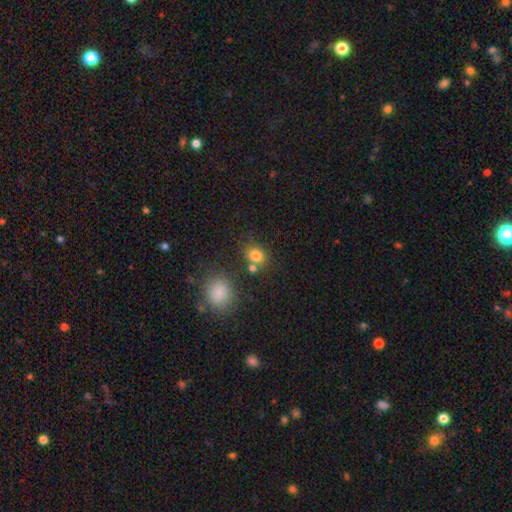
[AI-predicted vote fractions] Smooth or featured: smooth — 80% (star or artifact — 13%)
How rounded: in between — 52% (round — 47%)
Merging: none — 64% (merger — 18%)